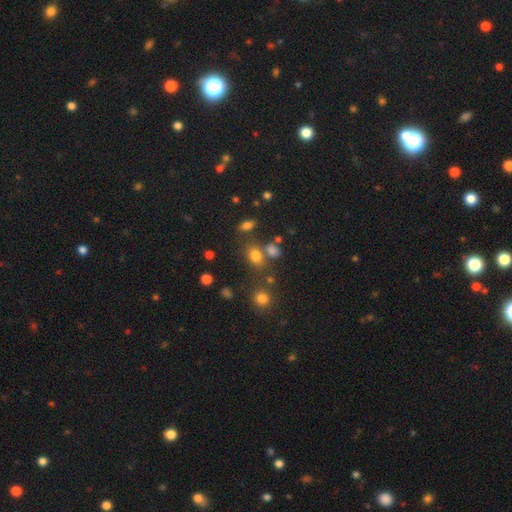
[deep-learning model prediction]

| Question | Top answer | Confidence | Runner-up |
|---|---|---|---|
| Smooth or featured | smooth | 75% | star or artifact (16%) |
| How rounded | in between | 71% | round (27%) |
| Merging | none | 61% | merger (19%) |